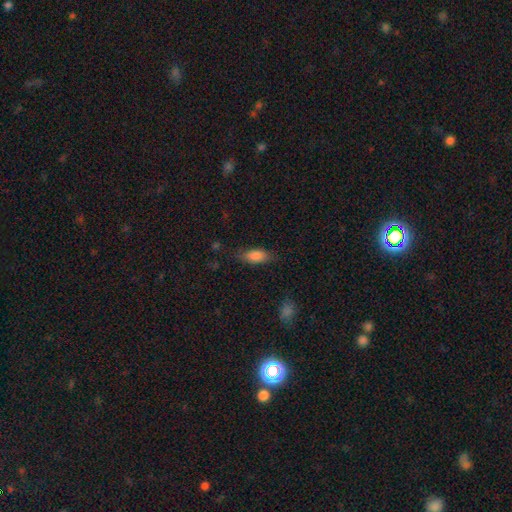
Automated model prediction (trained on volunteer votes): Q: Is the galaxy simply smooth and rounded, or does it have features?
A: smooth — 84%.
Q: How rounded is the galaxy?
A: in between — 83%.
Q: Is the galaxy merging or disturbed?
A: none — 76%.